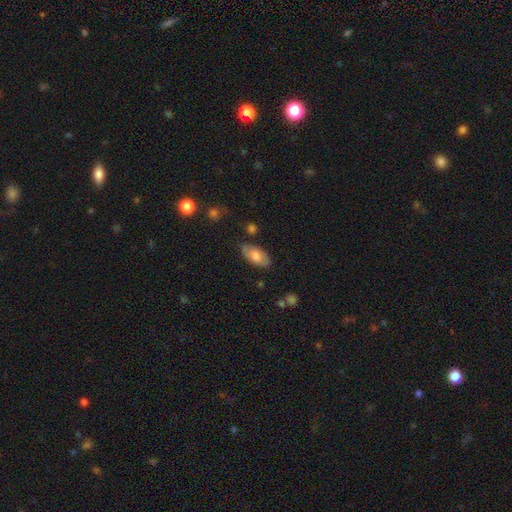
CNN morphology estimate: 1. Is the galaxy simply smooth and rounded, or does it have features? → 72% smooth, 22% featured or disk, 6% star or artifact.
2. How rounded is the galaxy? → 93% in between, 4% cigar-shaped, 3% round.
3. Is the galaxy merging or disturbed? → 78% none, 16% minor disturbance, 3% major disturbance, 3% merger.